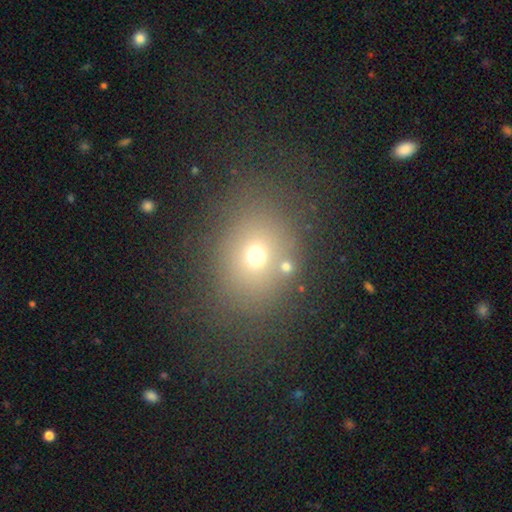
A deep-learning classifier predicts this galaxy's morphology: smooth 65%, star or artifact 22%, featured or disk 13%. Down the decision tree: how rounded — round (61%); merging — none (74%).